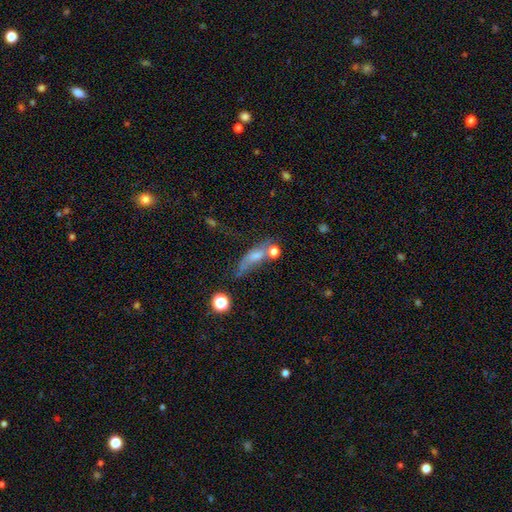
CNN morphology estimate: smooth_or_featured: smooth (p=0.52) [alt: featured or disk p=0.31]
how_rounded: in between (p=0.50) [alt: cigar-shaped p=0.38]
merging: none (p=0.34) [alt: major disturbance p=0.23]